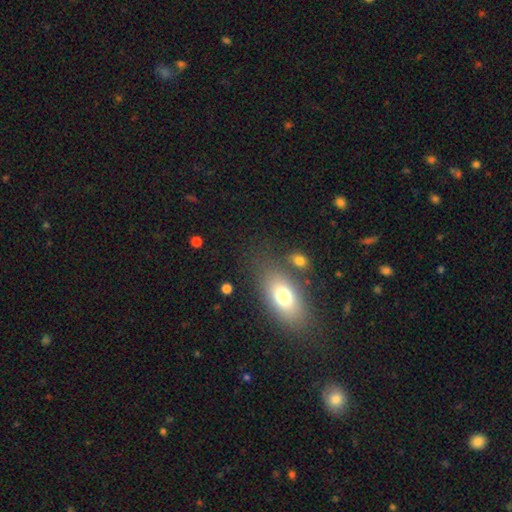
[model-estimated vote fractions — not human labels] This appears to be a smooth galaxy with no disk features (70%) that is in between round and cigar-shaped (81%). Merging: none (78%).